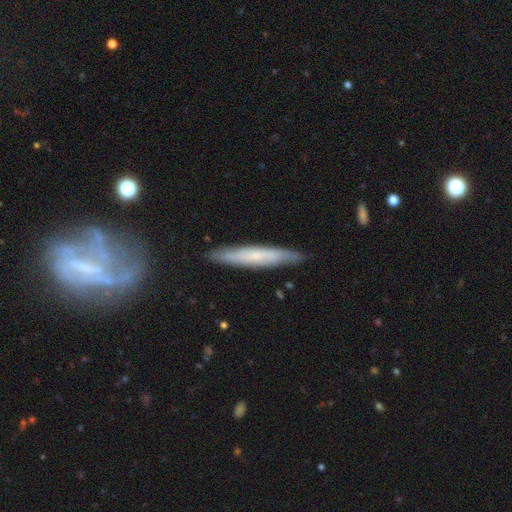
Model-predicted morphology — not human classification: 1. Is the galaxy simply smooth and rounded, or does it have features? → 50% smooth, 44% featured or disk, 6% star or artifact.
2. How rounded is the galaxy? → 93% cigar-shaped, 6% in between, 1% round.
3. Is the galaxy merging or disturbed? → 87% none, 10% minor disturbance, 2% major disturbance, 1% merger.